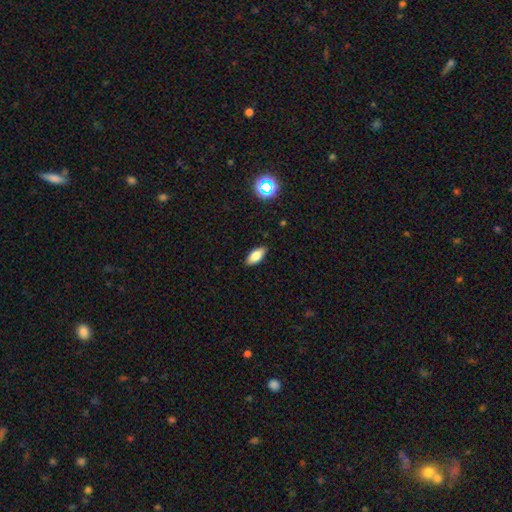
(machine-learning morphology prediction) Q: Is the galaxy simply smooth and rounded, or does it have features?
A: smooth — 82%.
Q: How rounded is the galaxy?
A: in between — 88%.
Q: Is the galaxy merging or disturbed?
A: none — 88%.